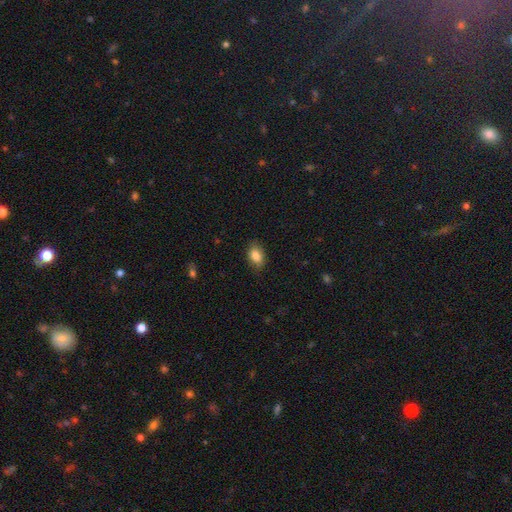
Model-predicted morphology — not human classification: smooth_or_featured: smooth (p=0.86) [alt: star or artifact p=0.08]
how_rounded: in between (p=0.83) [alt: round p=0.15]
merging: none (p=0.81) [alt: minor disturbance p=0.15]